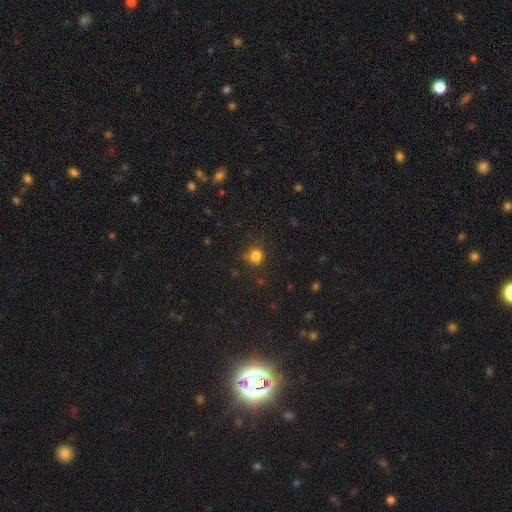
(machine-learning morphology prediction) smooth_or_featured: smooth (p=0.81) [alt: star or artifact p=0.14]
how_rounded: round (p=0.84) [alt: in between p=0.15]
merging: none (p=0.76) [alt: minor disturbance p=0.15]